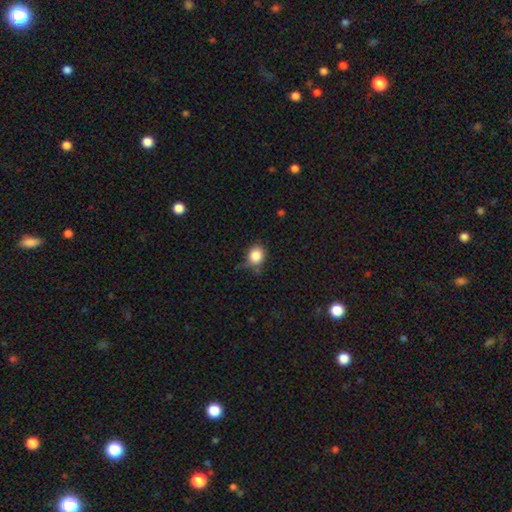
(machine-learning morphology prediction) smooth-or-featured: smooth: 84% | star or artifact: 10% | featured or disk: 6%
  how-rounded: round: 69% | in between: 30% | cigar-shaped: 1%
  merging: none: 56% | minor disturbance: 32% | major disturbance: 8% | merger: 3%